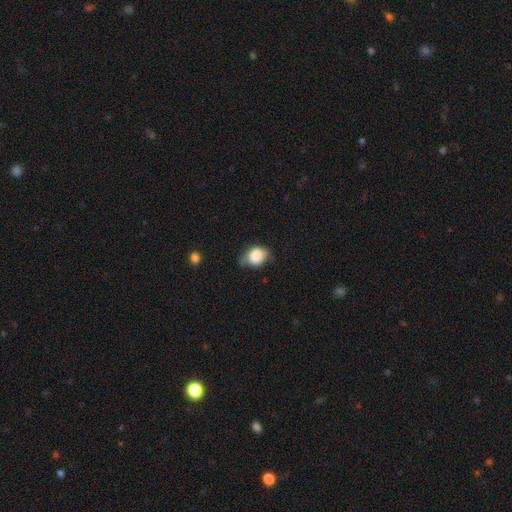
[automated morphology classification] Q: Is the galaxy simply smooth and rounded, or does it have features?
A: smooth — 81%.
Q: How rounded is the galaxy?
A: in between — 59%.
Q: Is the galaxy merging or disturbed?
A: none — 44%.